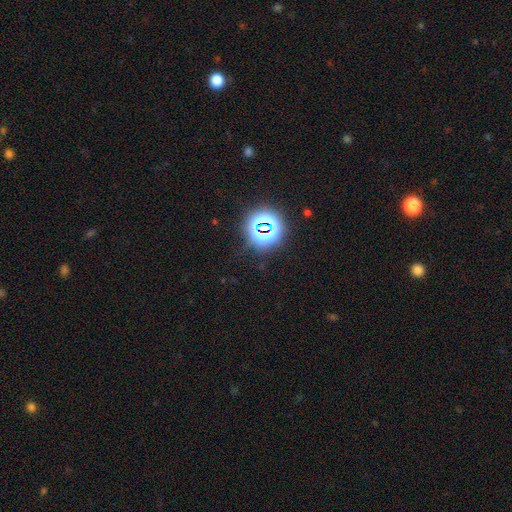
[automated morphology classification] Smooth or featured? star or artifact (83%)